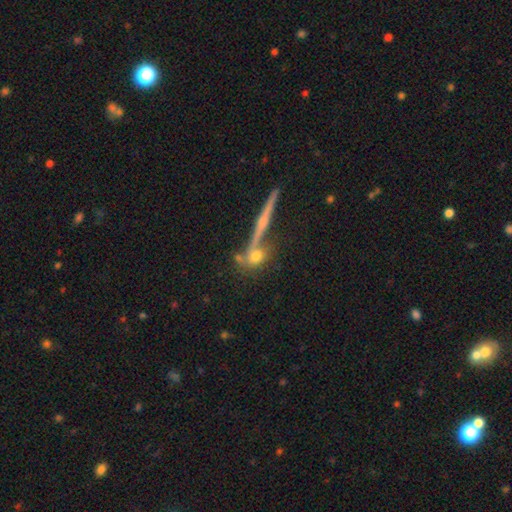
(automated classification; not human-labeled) smooth-or-featured: smooth: 55% | featured or disk: 30% | star or artifact: 14%
  how-rounded: round: 60% | in between: 23% | cigar-shaped: 17%
  merging: none: 57% | merger: 24% | minor disturbance: 12% | major disturbance: 7%